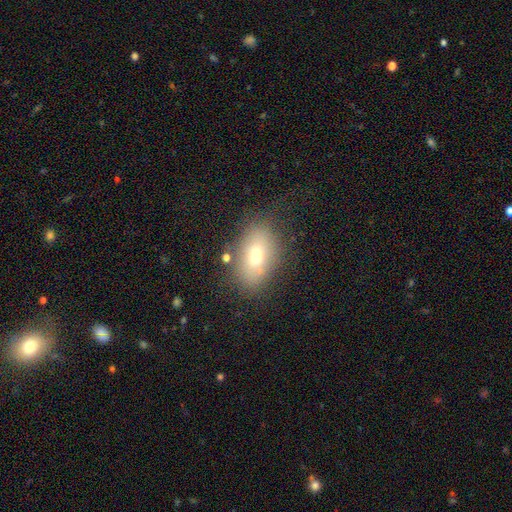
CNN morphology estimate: This appears to be a smooth galaxy with no disk features (67%) that is in between round and cigar-shaped (83%). Merging: none (72%).